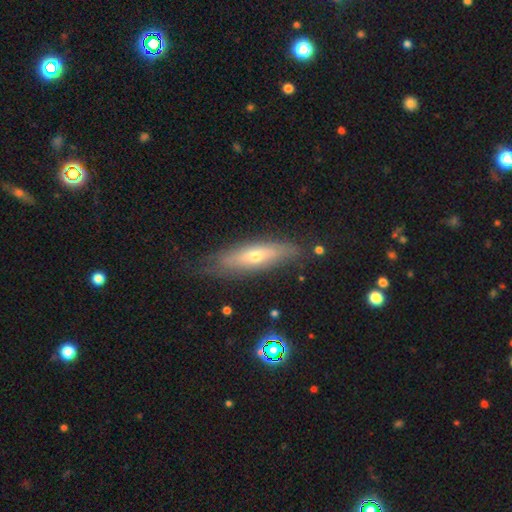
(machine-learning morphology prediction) The model was most divided on "smooth or featured": featured or disk: 51%, smooth: 40%, star or artifact: 8%. More confident: merging — none (73%); edge-on disk — yes (60%).